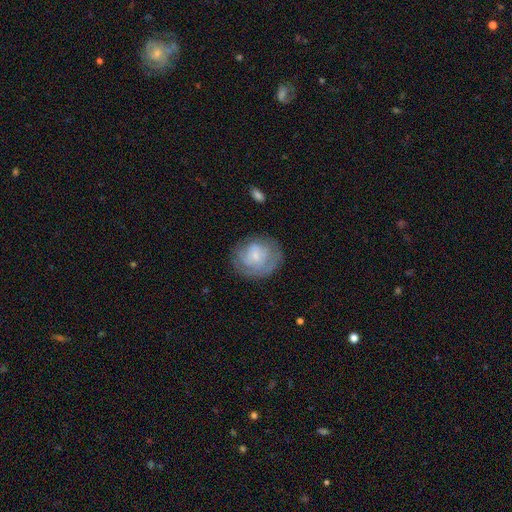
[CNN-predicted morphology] Smooth or featured: featured or disk — 57% (smooth — 36%)
Edge-on disk: no — 97% (yes — 3%)
Bar: no — 53% (weak — 39%)
Spiral arms: yes — 75% (no — 25%)
Bulge size: small — 67% (moderate — 18%)
Merging: none — 71% (minor disturbance — 18%)